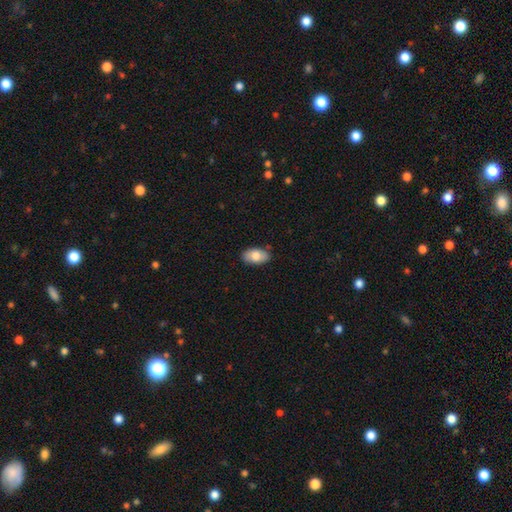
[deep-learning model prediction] A smooth galaxy with no disk features (78%) that is in between round and cigar-shaped (93%). Merging: none (84%).